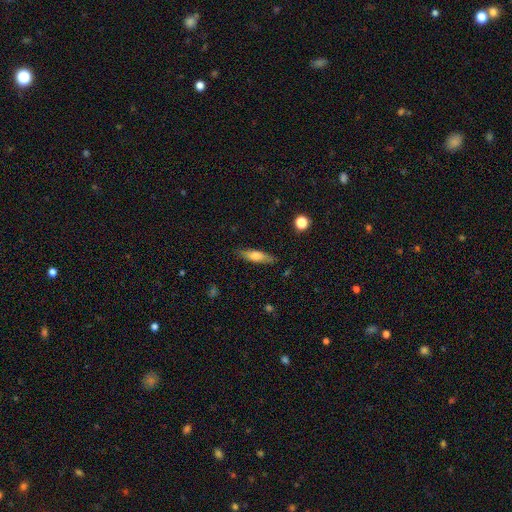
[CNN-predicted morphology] This is likely a smooth galaxy (65%). How rounded: likely cigar-shaped (64%). Merging: clearly none (83%).